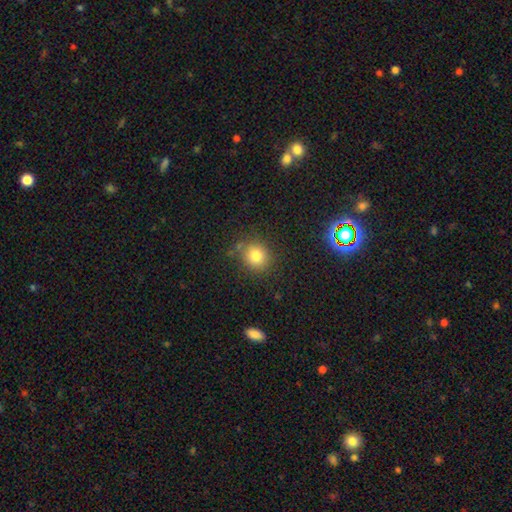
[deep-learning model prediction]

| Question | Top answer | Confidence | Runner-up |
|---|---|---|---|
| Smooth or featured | smooth | 79% | star or artifact (13%) |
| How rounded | round | 83% | in between (16%) |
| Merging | none | 80% | minor disturbance (12%) |